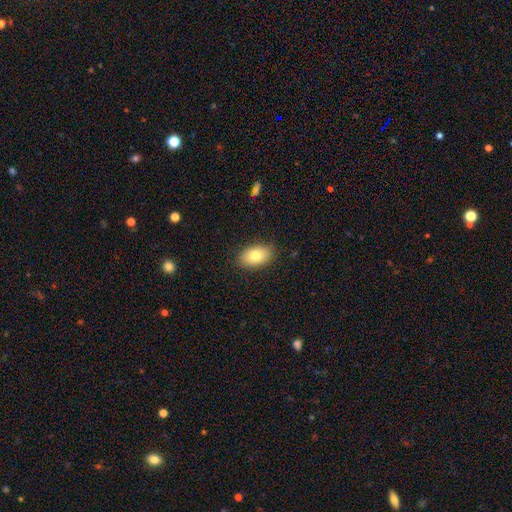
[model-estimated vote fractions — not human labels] Smooth or featured?
  - smooth: 79% *
  - featured or disk: 13%
  - star or artifact: 8%
How rounded?
  - in between: 91% *
  - round: 7%
  - cigar-shaped: 2%
Merging?
  - none: 87% *
  - minor disturbance: 9%
  - major disturbance: 2%
  - merger: 1%